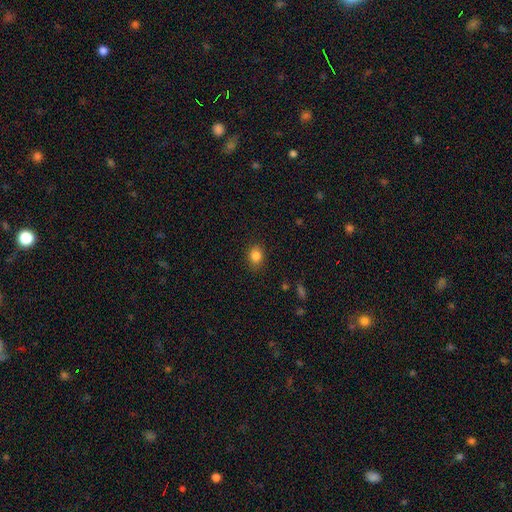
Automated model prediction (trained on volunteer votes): Smooth or featured?
  - smooth: 84% *
  - star or artifact: 11%
  - featured or disk: 5%
How rounded?
  - round: 51% *
  - in between: 48%
  - cigar-shaped: 1%
Merging?
  - none: 86% *
  - minor disturbance: 10%
  - major disturbance: 3%
  - merger: 1%